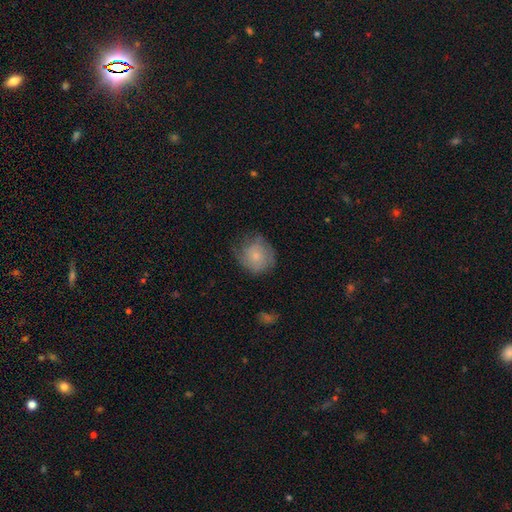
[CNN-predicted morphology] smooth_or_featured: smooth (p=0.61) [alt: featured or disk p=0.31]
how_rounded: round (p=0.83) [alt: in between p=0.16]
merging: none (p=0.55) [alt: minor disturbance p=0.31]